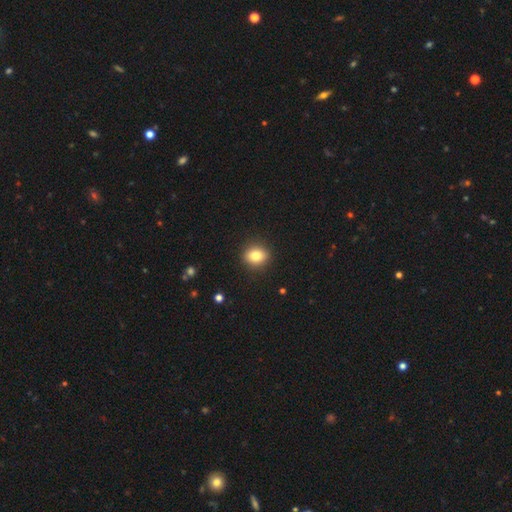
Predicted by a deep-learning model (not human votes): Smooth or featured? Predicted: smooth (p=0.83). How rounded? Predicted: round (p=0.66). Merging? Predicted: none (p=0.90).